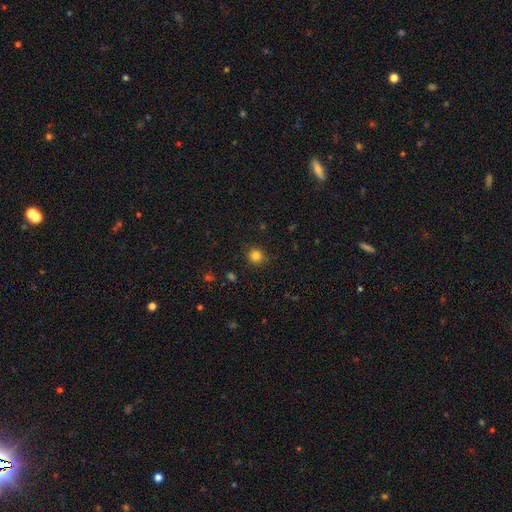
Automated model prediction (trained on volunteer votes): Smooth or featured? Predicted: smooth (p=0.83). How rounded? Predicted: round (p=0.91). Merging? Predicted: none (p=0.88).